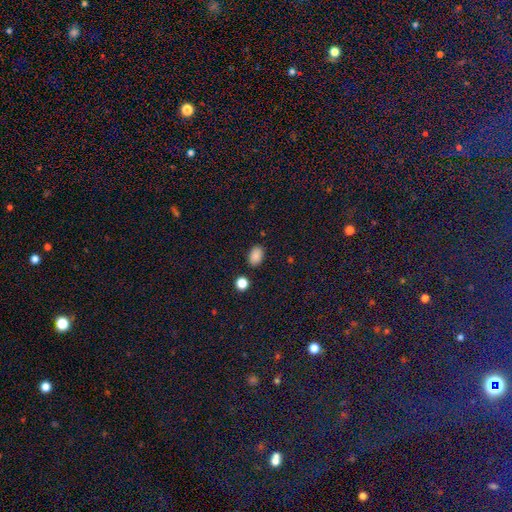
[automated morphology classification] Smooth or featured? Predicted: smooth (p=0.87). How rounded? Predicted: in between (p=0.87). Merging? Predicted: none (p=0.86).